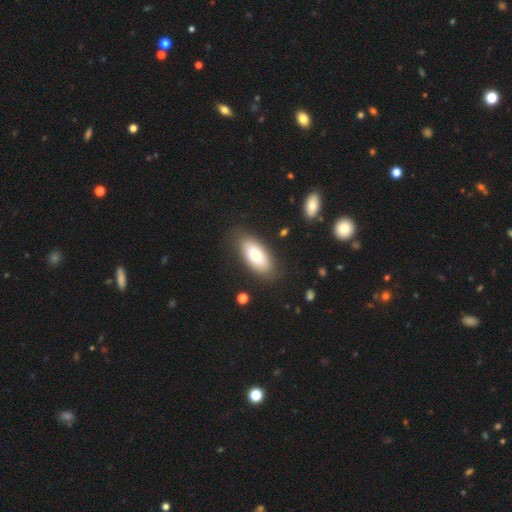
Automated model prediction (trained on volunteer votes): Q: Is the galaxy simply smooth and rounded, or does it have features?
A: smooth — 70%.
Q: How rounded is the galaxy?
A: in between — 89%.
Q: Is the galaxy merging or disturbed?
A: none — 82%.